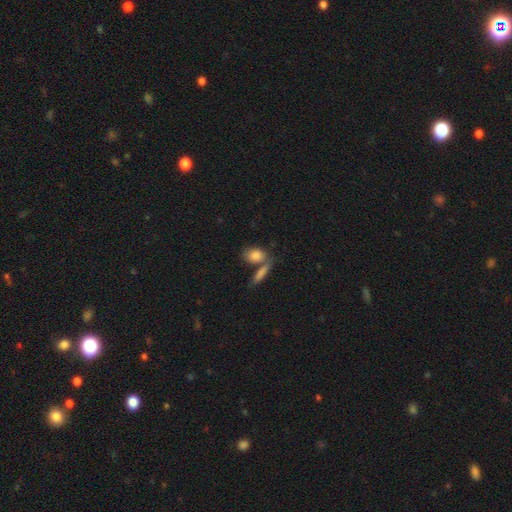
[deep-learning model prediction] Smooth or featured: smooth — 83% (featured or disk — 10%)
How rounded: in between — 73% (round — 19%)
Merging: none — 49% (merger — 34%)